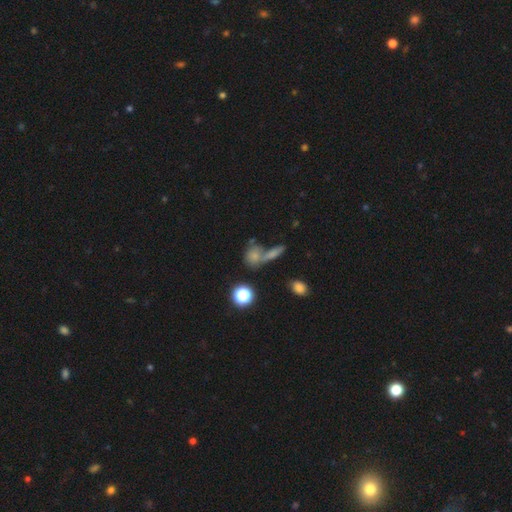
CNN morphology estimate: A smooth galaxy with no disk features (69%) that is round (53%).

Vote fractions:
- Smooth or featured? smooth: 69% / star or artifact: 17% / featured or disk: 14%
- How rounded? round: 53% / in between: 38% / cigar-shaped: 8%
- Merging? merger: 45% / none: 37% / minor disturbance: 10% / major disturbance: 7%